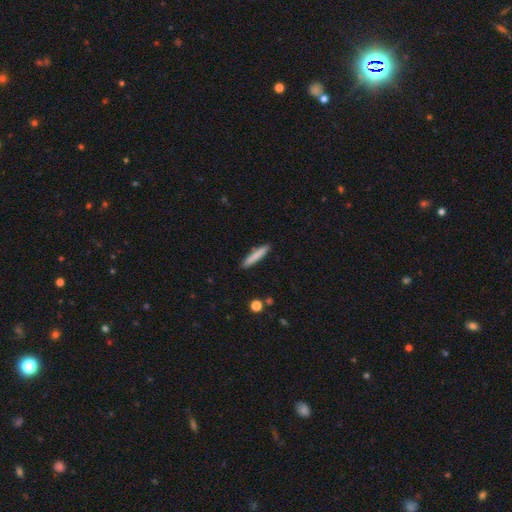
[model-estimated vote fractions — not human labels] This is clearly a smooth galaxy (82%). How rounded: clearly cigar-shaped (92%). Merging: clearly none (90%).